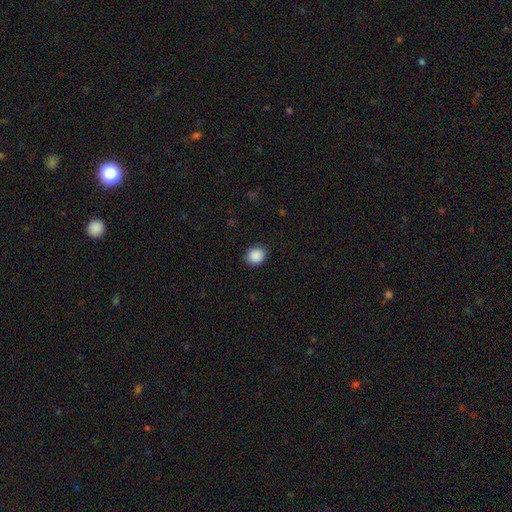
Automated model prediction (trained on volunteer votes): Morphology: type=smooth (89%); roundness=round (72%); merging=none (90%).